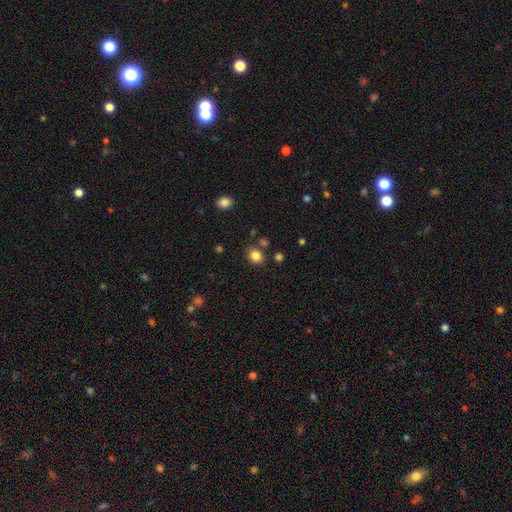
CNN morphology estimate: Smooth or featured? smooth (83%)
How rounded? round (68%)
Merging? none (79%)